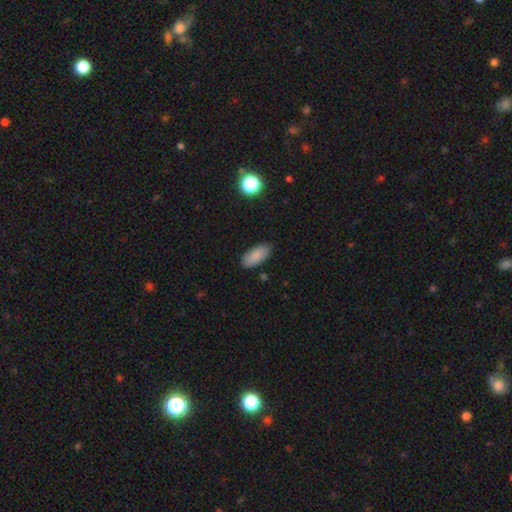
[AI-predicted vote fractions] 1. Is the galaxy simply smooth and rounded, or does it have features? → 86% smooth, 7% featured or disk, 7% star or artifact.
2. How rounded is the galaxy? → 88% in between, 10% cigar-shaped, 2% round.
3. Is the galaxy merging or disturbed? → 87% none, 10% minor disturbance, 2% major disturbance, 1% merger.